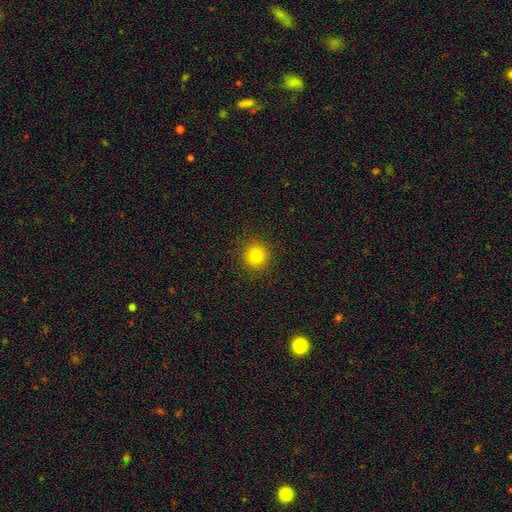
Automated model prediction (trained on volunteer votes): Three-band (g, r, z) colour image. It shows a smooth galaxy with no disk features (81%) that is round (92%). Merging: none (91%).